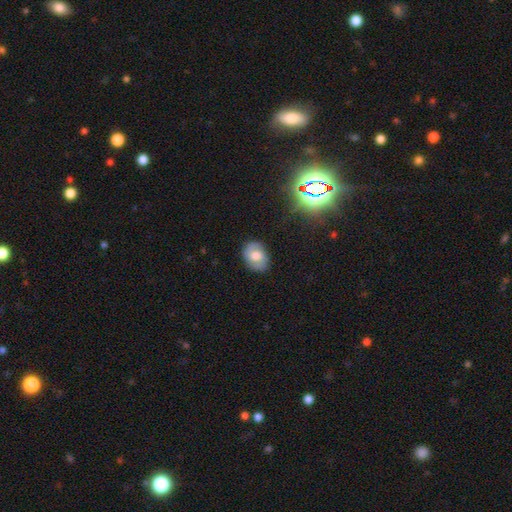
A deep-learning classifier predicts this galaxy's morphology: Smooth or featured? Predicted: smooth (p=0.56). How rounded? Predicted: in between (p=0.68). Merging? Predicted: none (p=0.80).